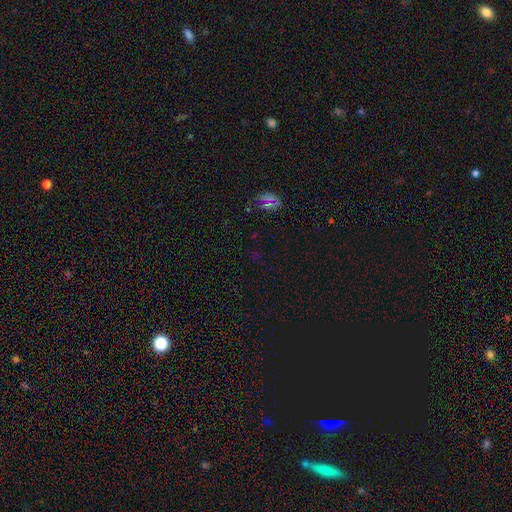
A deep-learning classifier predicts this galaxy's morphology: type=star or artifact (66%).